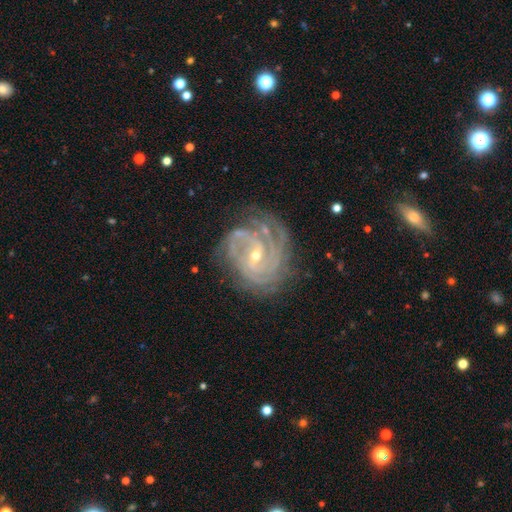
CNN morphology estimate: smooth_or_featured: featured or disk (p=0.91) [alt: star or artifact p=0.06]
disk_edge_on: no (p=0.97) [alt: yes p=0.03]
bar: weak (p=0.46) [alt: no p=0.31]
has_spiral_arms: yes (p=0.98) [alt: no p=0.02]
spiral_winding: tight (p=0.74) [alt: medium p=0.23]
spiral_arm_count: 3 (p=0.27) [alt: 4 p=0.25]
bulge_size: small (p=0.64) [alt: moderate p=0.34]
merging: none (p=0.70) [alt: minor disturbance p=0.19]